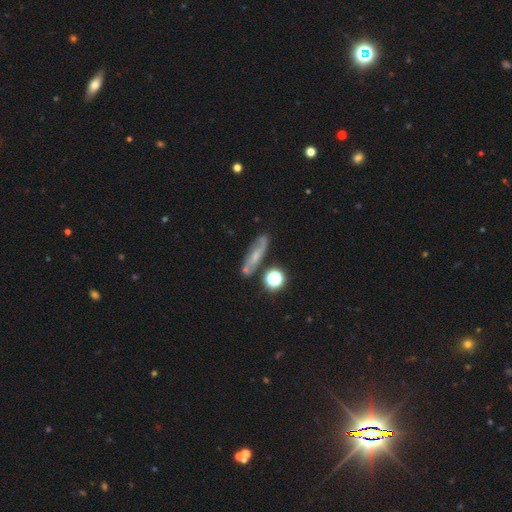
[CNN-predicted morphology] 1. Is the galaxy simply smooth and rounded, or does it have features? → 49% featured or disk, 35% smooth, 16% star or artifact.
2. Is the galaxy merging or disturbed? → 67% none, 19% minor disturbance, 8% merger, 7% major disturbance.